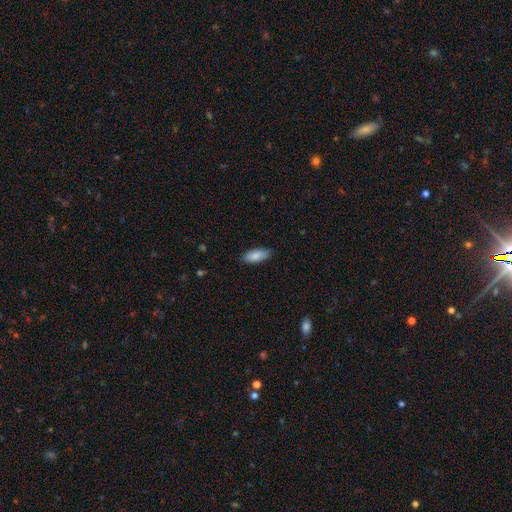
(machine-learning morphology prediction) The model was most divided on "how rounded": in between: 84%, cigar-shaped: 14%, round: 2%. More confident: merging — none (86%); smooth or featured — smooth (86%).